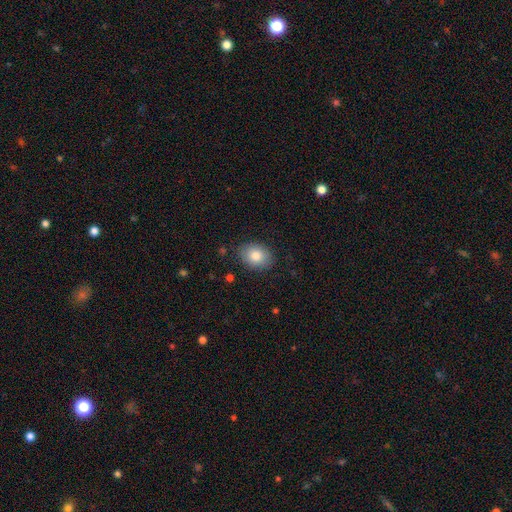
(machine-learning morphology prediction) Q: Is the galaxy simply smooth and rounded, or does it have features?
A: smooth — 82%.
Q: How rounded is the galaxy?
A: in between — 69%.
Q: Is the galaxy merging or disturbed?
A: none — 85%.